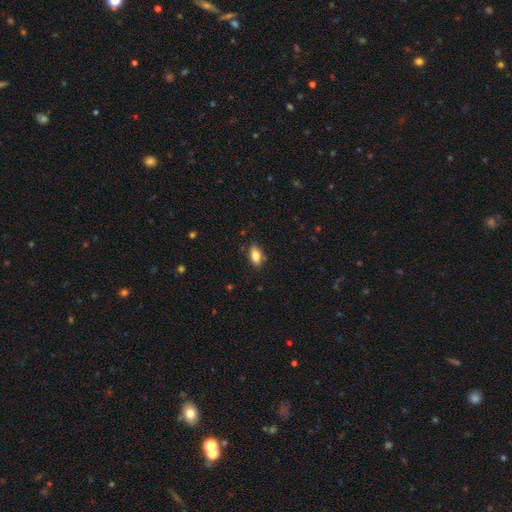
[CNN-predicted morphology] Overall: smooth (82%). How rounded: in between (88%). Merging: none (83%).